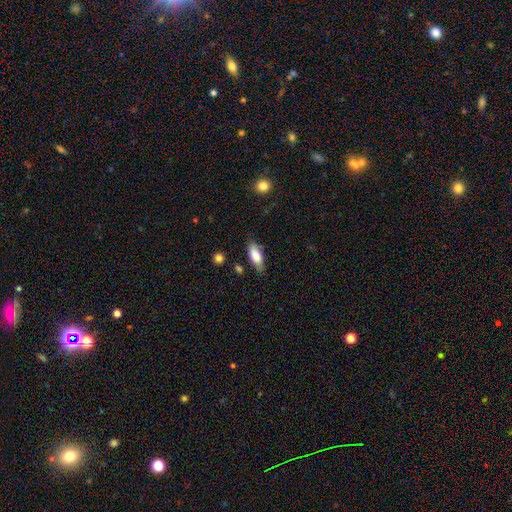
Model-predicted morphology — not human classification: Smooth or featured? smooth (79%)
How rounded? in between (75%)
Merging? none (77%)